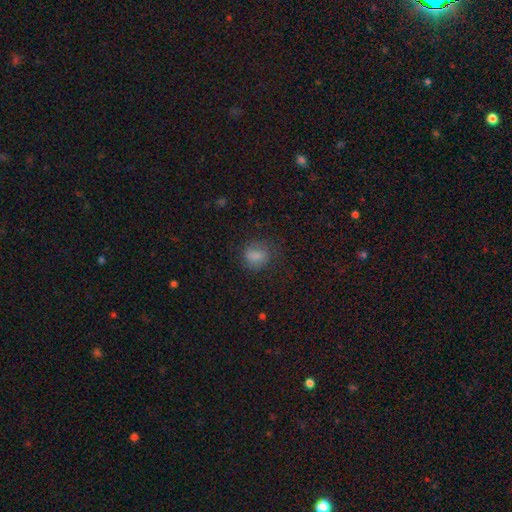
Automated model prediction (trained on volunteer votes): A smooth galaxy with no disk features (79%) that is round (51%). Merging: none (69%).